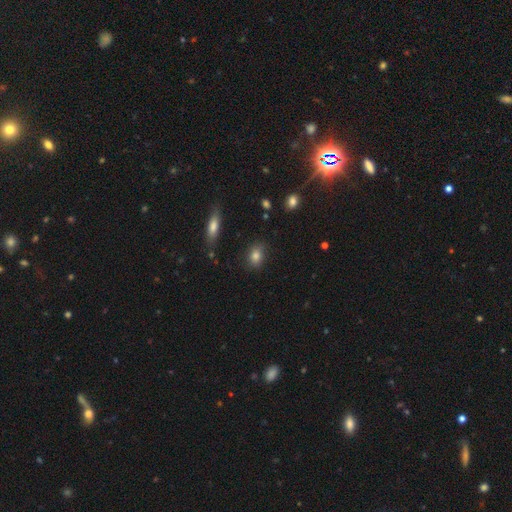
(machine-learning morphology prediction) smooth_or_featured: smooth (p=0.83) [alt: star or artifact p=0.10]
how_rounded: in between (p=0.64) [alt: round p=0.33]
merging: none (p=0.81) [alt: minor disturbance p=0.14]